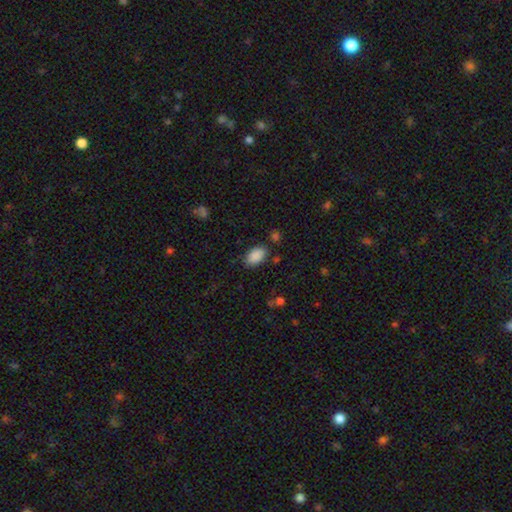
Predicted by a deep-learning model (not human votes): Q: Smooth or featured?
A: smooth (89%); runner-up: star or artifact (8%)
Q: How rounded?
A: in between (92%); runner-up: round (7%)
Q: Merging?
A: none (80%); runner-up: minor disturbance (13%)